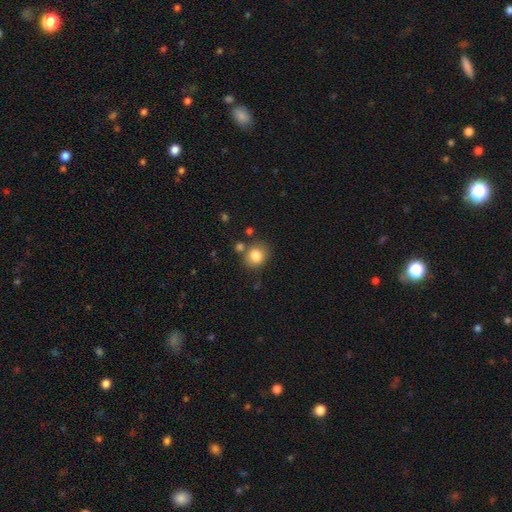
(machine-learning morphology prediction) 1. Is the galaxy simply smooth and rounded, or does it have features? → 83% smooth, 10% star or artifact, 7% featured or disk.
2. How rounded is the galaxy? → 75% round, 24% in between, 1% cigar-shaped.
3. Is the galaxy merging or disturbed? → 74% none, 12% minor disturbance, 10% merger, 4% major disturbance.